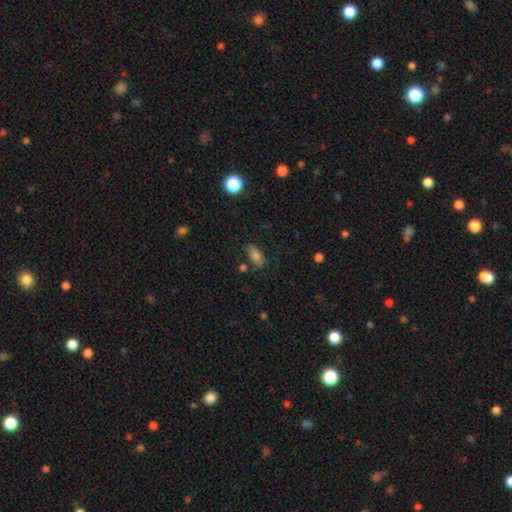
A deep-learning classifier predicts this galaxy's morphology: type=smooth (75%); roundness=in between (83%); merging=none (64%).